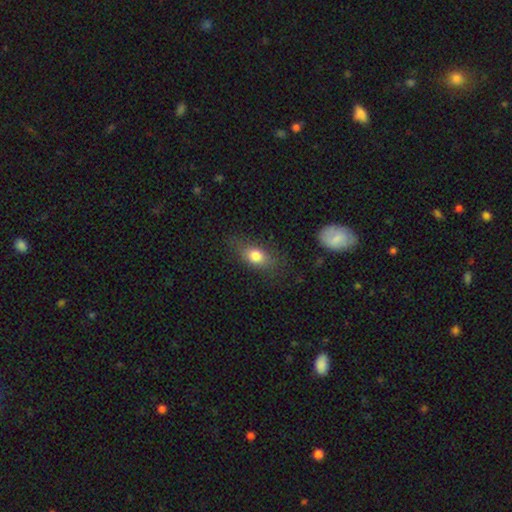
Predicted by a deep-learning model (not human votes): The model was most divided on "merging": none: 74%, minor disturbance: 18%, major disturbance: 7%, merger: 2%. More confident: smooth or featured — smooth (77%); how rounded — in between (75%).